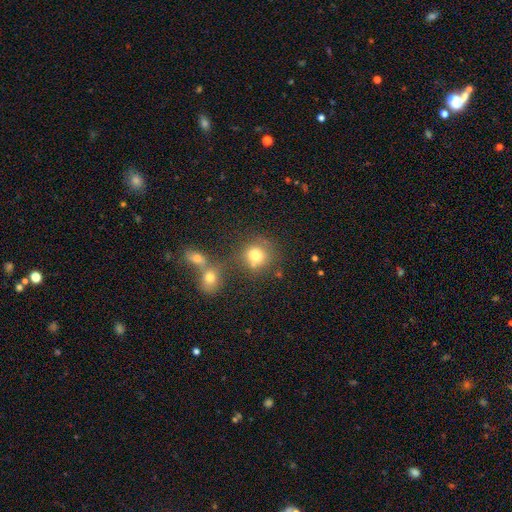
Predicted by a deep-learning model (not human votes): smooth-or-featured: smooth: 76% | star or artifact: 14% | featured or disk: 10%
  how-rounded: round: 81% | in between: 18% | cigar-shaped: 1%
  merging: none: 56% | merger: 27% | minor disturbance: 12% | major disturbance: 6%